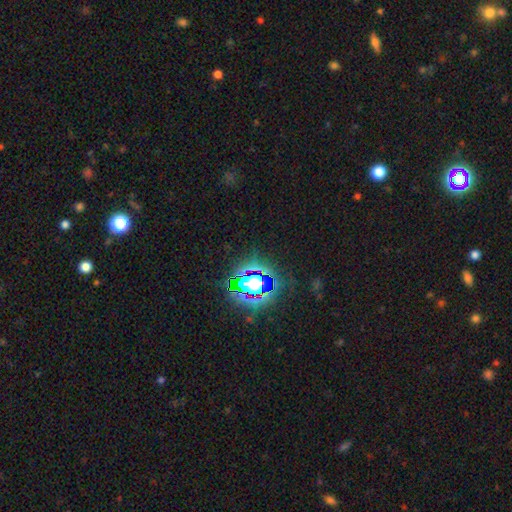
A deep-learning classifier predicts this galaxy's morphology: A star or artifact, not a galaxy (83%).

Vote fractions:
- Smooth or featured? star or artifact: 83% / smooth: 11% / featured or disk: 6%